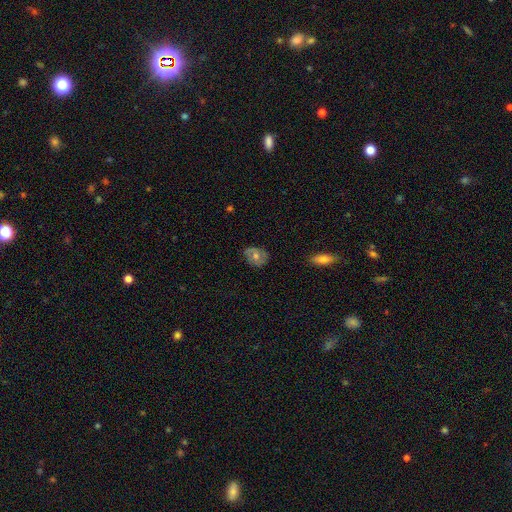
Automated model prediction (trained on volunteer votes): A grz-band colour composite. It shows a featured or disk galaxy (51%). Merging: none (75%).